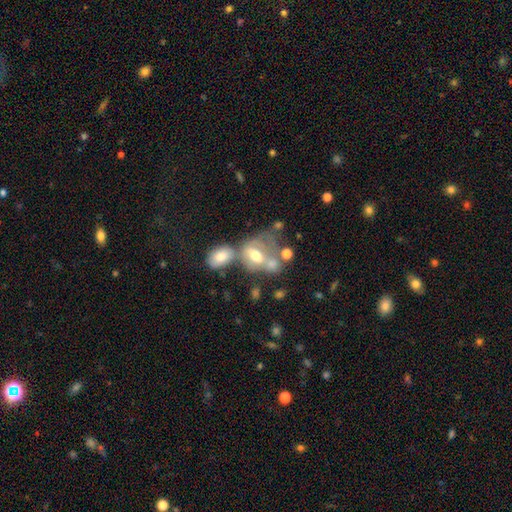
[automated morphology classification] Overall: smooth (52%; featured or disk 36%). How rounded: in between (70%). Merging: merger (48%; major disturbance 20%).